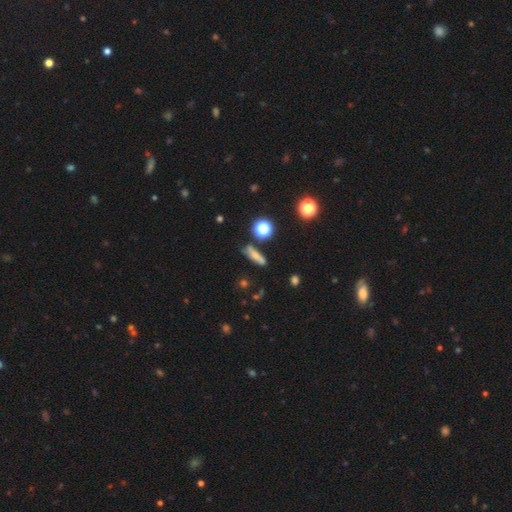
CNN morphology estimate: Smooth or featured: smooth — 61% (featured or disk — 22%)
How rounded: cigar-shaped — 61% (in between — 26%)
Merging: none — 73% (minor disturbance — 16%)